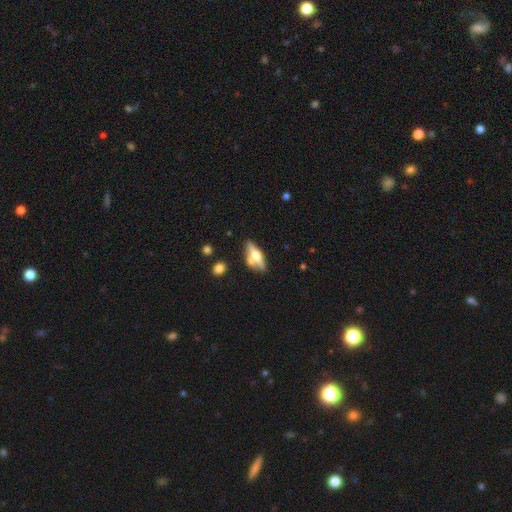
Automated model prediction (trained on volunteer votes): Smooth or featured? featured or disk (59%)
Edge-on disk? yes (88%)
Edge-on bulge? rounded (95%)
Merging? none (61%)